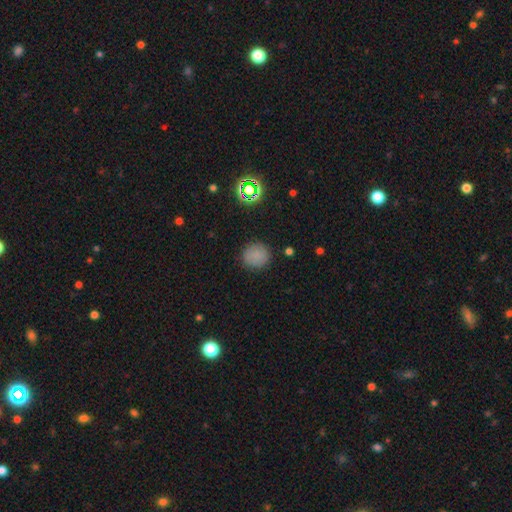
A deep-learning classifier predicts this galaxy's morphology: Smooth or featured? smooth (79%)
How rounded? round (90%)
Merging? none (86%)